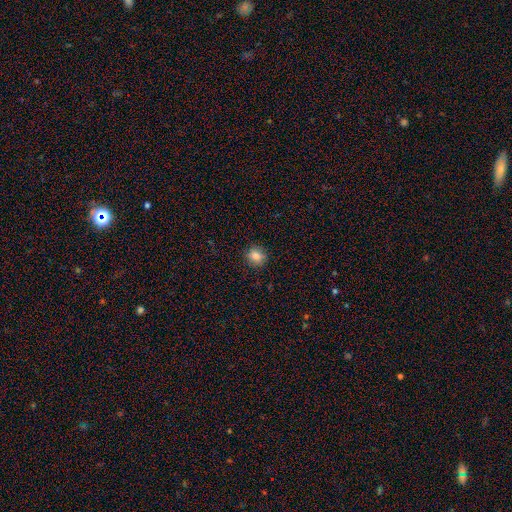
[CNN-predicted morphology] smooth 83%, star or artifact 11%, featured or disk 6%. Down the decision tree: how rounded — round (78%); merging — none (86%).